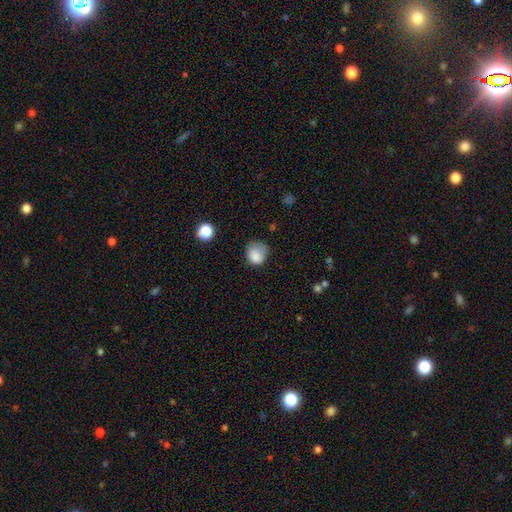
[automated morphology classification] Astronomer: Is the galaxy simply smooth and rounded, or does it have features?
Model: smooth — 82%.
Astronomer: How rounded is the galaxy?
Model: round — 74%.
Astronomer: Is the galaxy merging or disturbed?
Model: none — 53% (runner-up: minor disturbance, 32%).